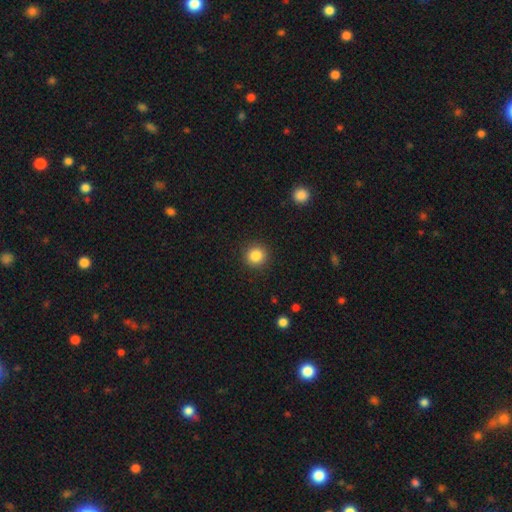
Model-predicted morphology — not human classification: The model was most divided on "smooth or featured": smooth: 85%, star or artifact: 10%, featured or disk: 5%. More confident: how rounded — round (93%); merging — none (91%).